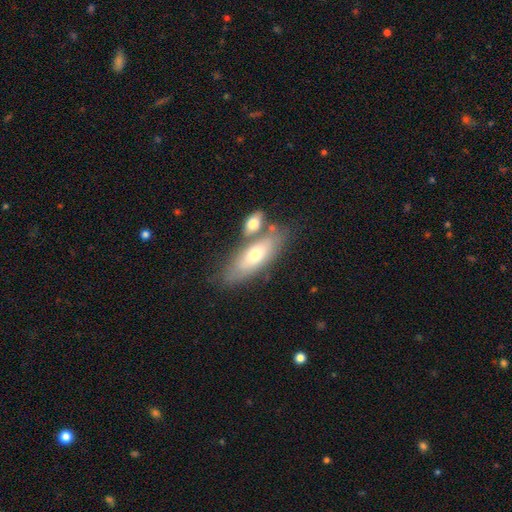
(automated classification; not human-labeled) Morphology: type=smooth (62%); roundness=in between (66%); merging=none (53%).